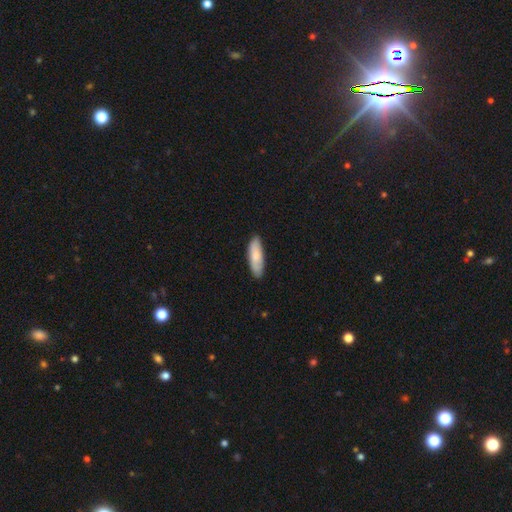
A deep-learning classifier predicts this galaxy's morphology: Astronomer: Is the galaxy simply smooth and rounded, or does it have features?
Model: smooth — 81%.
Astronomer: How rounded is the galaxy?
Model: in between — 56% (runner-up: cigar-shaped, 42%).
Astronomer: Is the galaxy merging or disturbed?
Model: none — 84%.